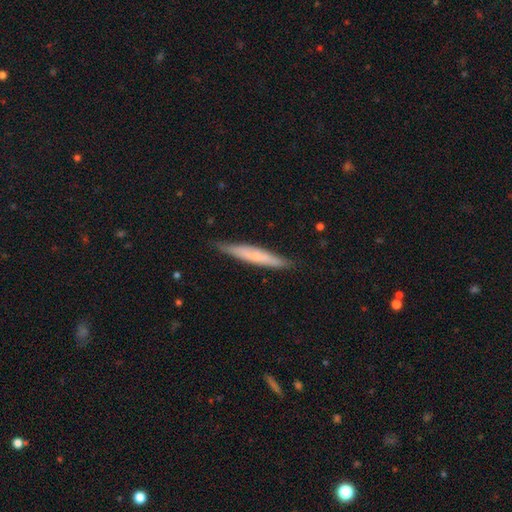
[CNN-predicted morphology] The model was most divided on "smooth or featured": smooth: 55%, featured or disk: 39%, star or artifact: 6%. More confident: how rounded — cigar-shaped (93%); merging — none (84%).